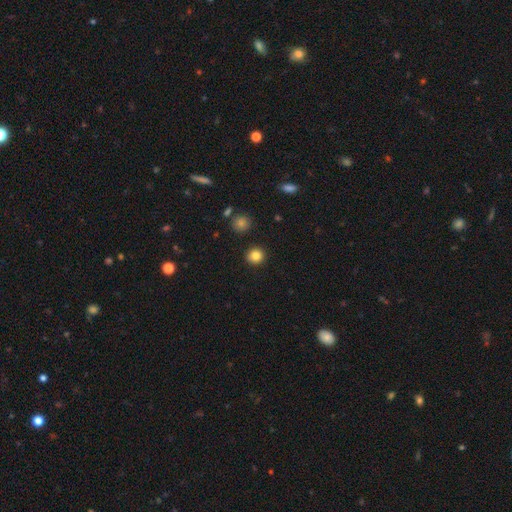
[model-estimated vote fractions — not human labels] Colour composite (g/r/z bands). It shows a smooth galaxy with no disk features (84%) that is round (91%). Merging: none (92%).